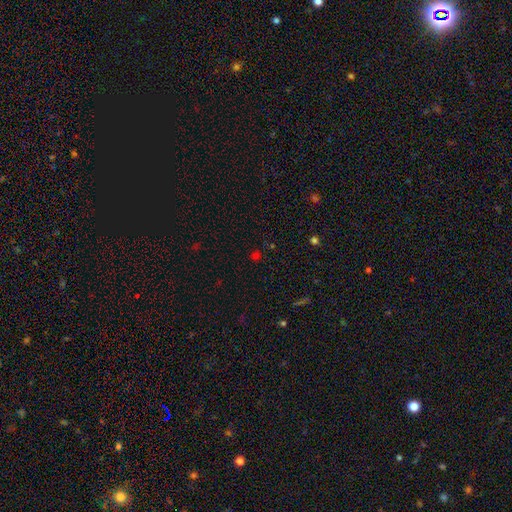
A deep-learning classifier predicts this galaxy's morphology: This is possibly a smooth galaxy (48%). Merging: clearly none (81%).